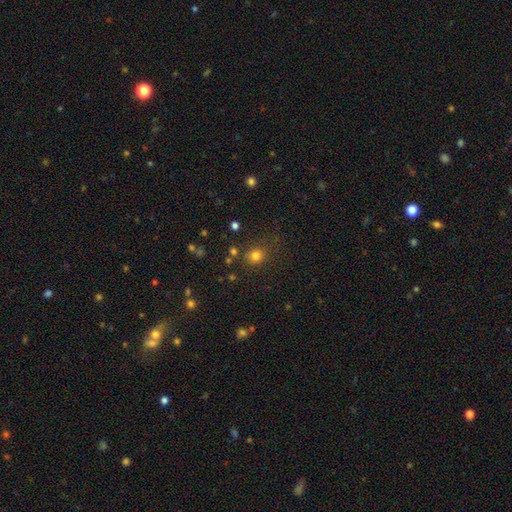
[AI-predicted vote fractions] smooth-or-featured: smooth: 78% | star or artifact: 15% | featured or disk: 6%
  how-rounded: round: 81% | in between: 18% | cigar-shaped: 1%
  merging: none: 78% | minor disturbance: 12% | major disturbance: 5% | merger: 5%